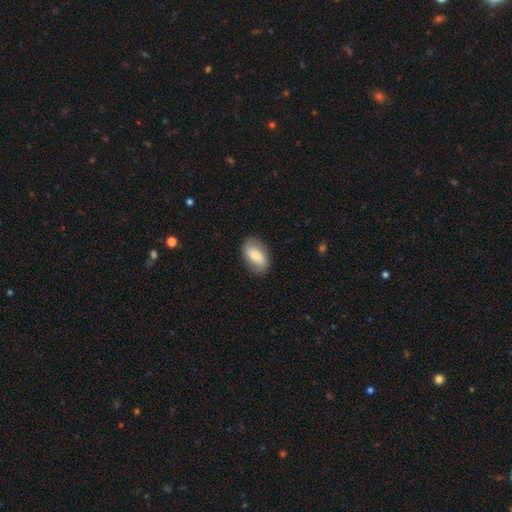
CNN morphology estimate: A smooth galaxy with no disk features (64%) that is in between round and cigar-shaped (91%). Merging: none (82%).